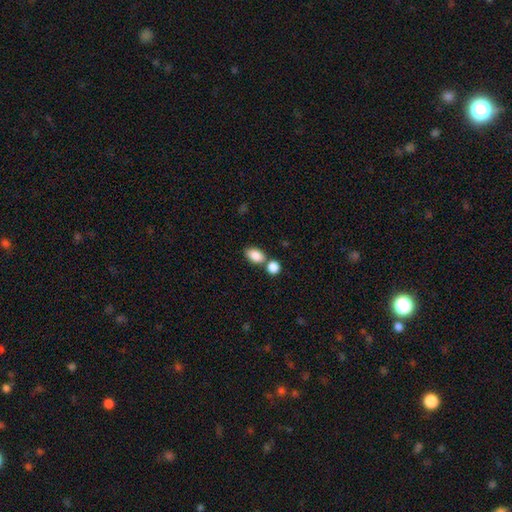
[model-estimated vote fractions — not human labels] smooth 87%, star or artifact 8%, featured or disk 5%. Down the decision tree: how rounded — in between (86%); merging — none (55%).